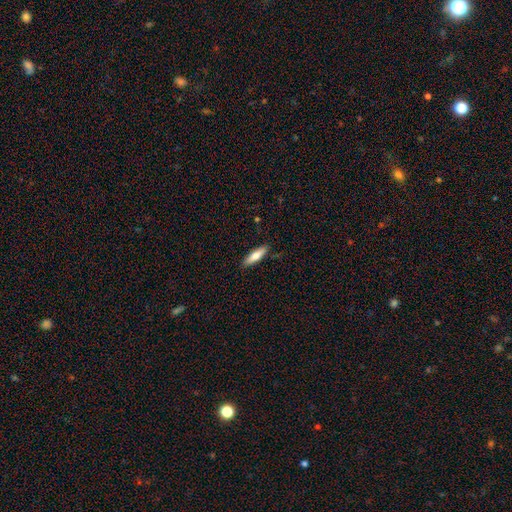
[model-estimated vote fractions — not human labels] A smooth galaxy with no disk features (71%) that is cigar-shaped (63%).

Vote fractions:
- Smooth or featured? smooth: 71% / featured or disk: 24% / star or artifact: 6%
- How rounded? cigar-shaped: 63% / in between: 35% / round: 2%
- Merging? none: 86% / minor disturbance: 11% / major disturbance: 2% / merger: 1%